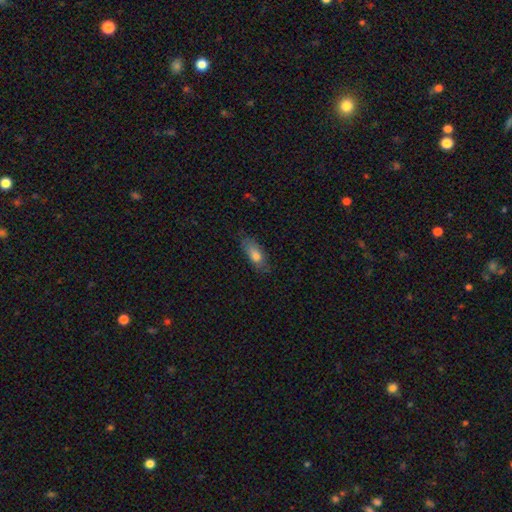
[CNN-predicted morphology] The model was most divided on "merging": none: 70%, minor disturbance: 23%, major disturbance: 6%, merger: 1%. More confident: smooth or featured — smooth (76%); how rounded — in between (72%).